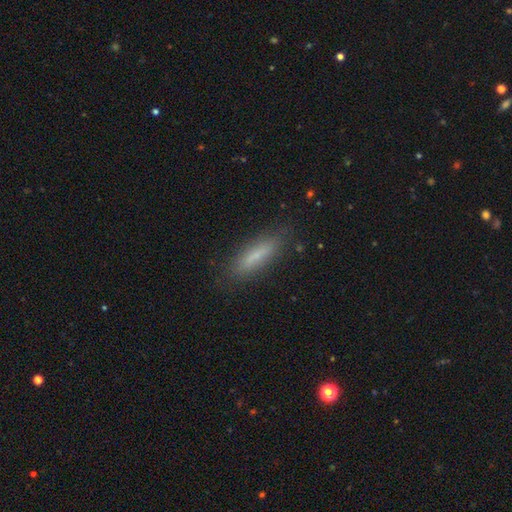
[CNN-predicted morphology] Smooth or featured? Predicted: smooth (p=0.68). How rounded? Predicted: cigar-shaped (p=0.71). Merging? Predicted: none (p=0.82).